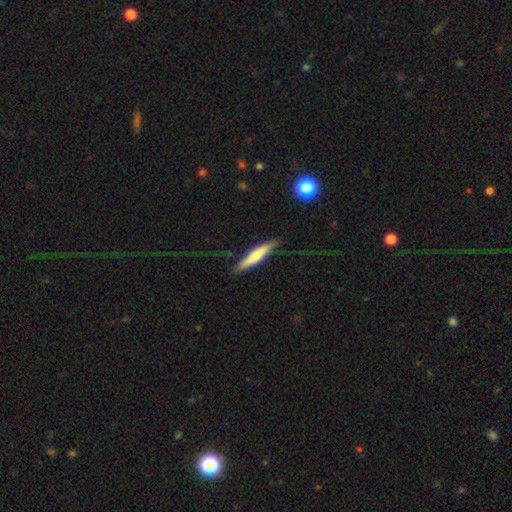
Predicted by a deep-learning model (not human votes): This is possibly a smooth galaxy (58%). How rounded: clearly cigar-shaped (88%). Merging: likely none (76%).